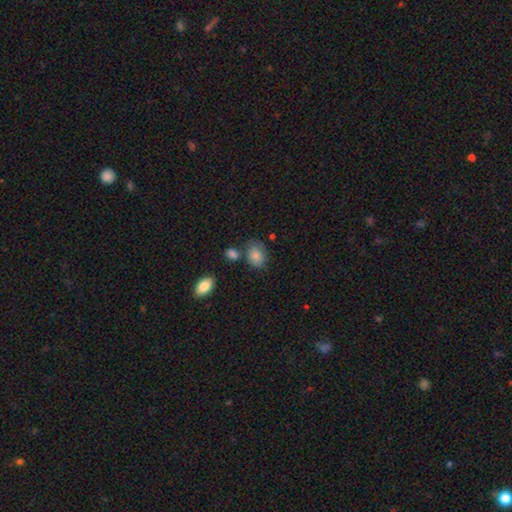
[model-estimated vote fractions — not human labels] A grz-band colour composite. It shows a smooth galaxy with no disk features (85%) that is in between round and cigar-shaped (66%). Merging: none (62%).